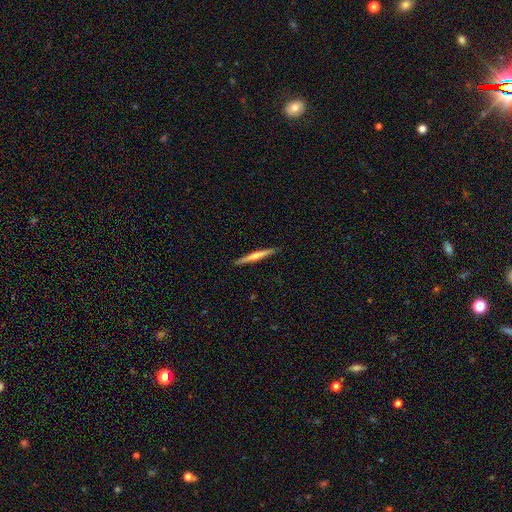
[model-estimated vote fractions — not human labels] Smooth or featured? featured or disk (58%)
Edge-on disk? yes (98%)
Edge-on bulge? rounded (70%)
Merging? none (91%)